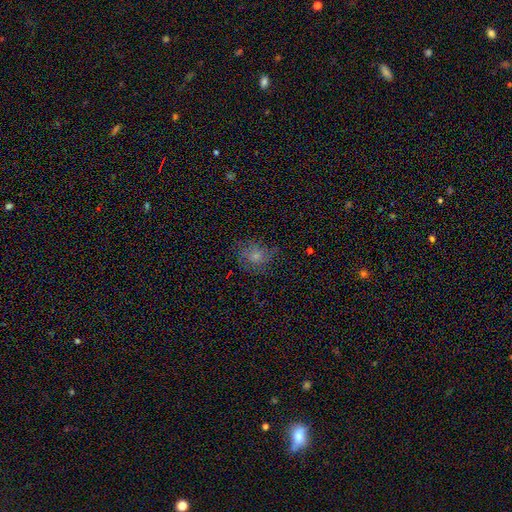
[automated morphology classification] Q: Smooth or featured?
A: smooth (63%); runner-up: featured or disk (22%)
Q: How rounded?
A: round (66%); runner-up: in between (33%)
Q: Merging?
A: none (64%); runner-up: minor disturbance (22%)